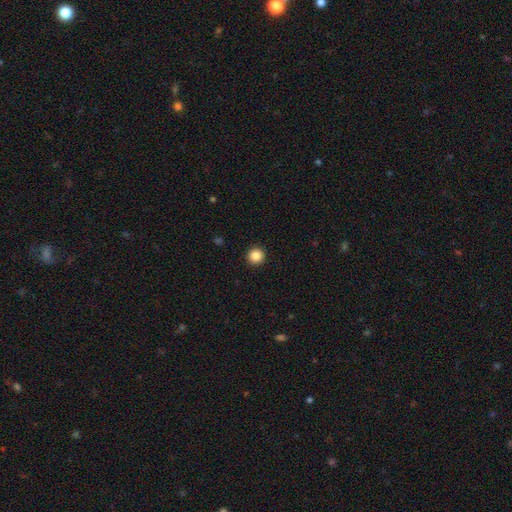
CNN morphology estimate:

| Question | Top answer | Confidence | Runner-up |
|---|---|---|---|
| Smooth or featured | smooth | 87% | star or artifact (10%) |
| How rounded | round | 96% | in between (3%) |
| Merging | none | 94% | minor disturbance (4%) |